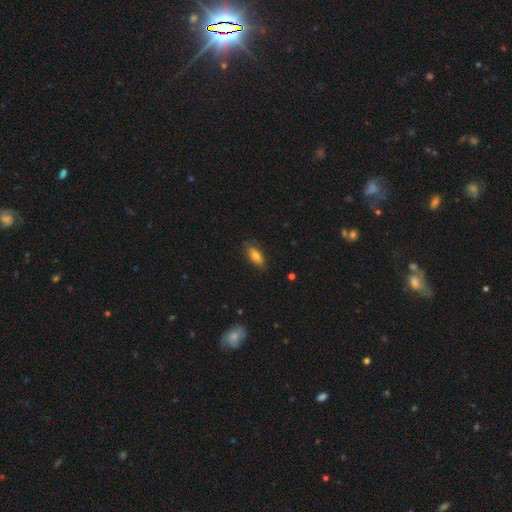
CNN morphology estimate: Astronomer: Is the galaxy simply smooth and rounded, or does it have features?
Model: smooth — 70%.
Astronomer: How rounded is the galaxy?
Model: in between — 78%.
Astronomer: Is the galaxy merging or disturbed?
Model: none — 74%.